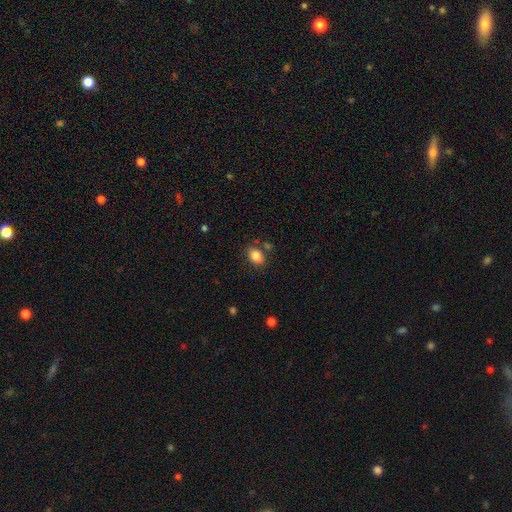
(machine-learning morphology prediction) Smooth or featured? smooth (84%)
How rounded? in between (69%)
Merging? none (76%)